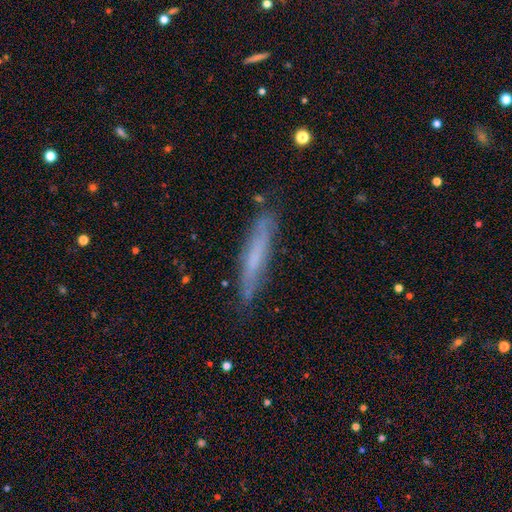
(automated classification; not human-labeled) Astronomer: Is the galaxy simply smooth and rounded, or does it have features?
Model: smooth — 48% (runner-up: featured or disk, 43%).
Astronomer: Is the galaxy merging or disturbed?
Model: none — 79%.